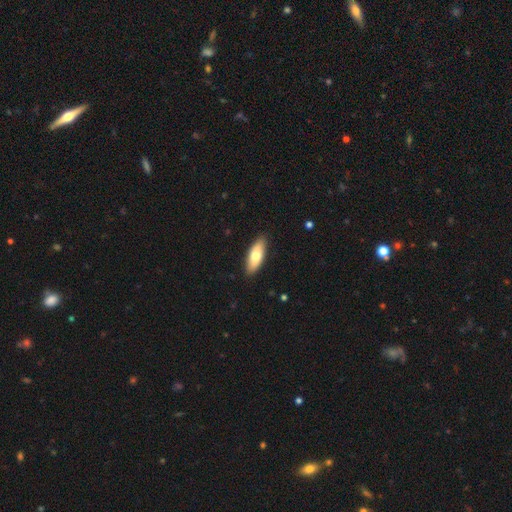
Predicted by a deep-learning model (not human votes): Overall: smooth (71%). How rounded: in between (74%). Merging: none (89%).